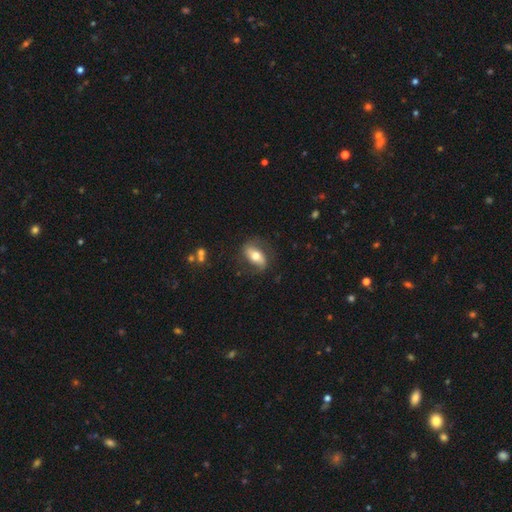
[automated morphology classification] type=smooth (47%); merging=none (73%).